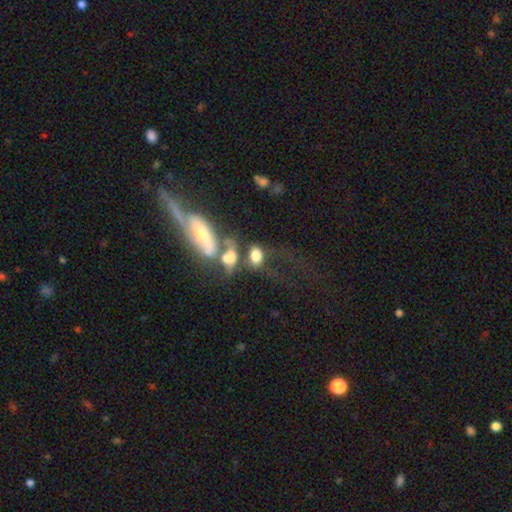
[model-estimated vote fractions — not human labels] Overall: smooth (66%). How rounded: in between (81%). Merging: merger (47%; none 22%).